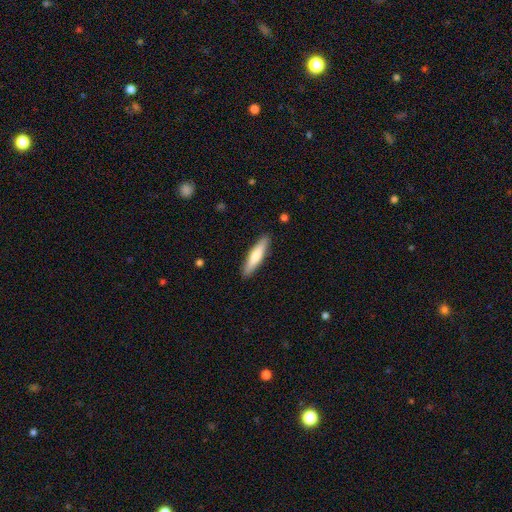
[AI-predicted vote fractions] Smooth or featured: smooth — 68% (featured or disk — 27%)
How rounded: cigar-shaped — 81% (in between — 18%)
Merging: none — 89% (minor disturbance — 8%)